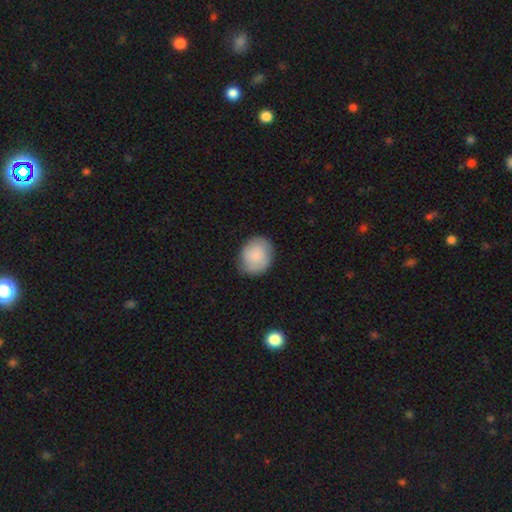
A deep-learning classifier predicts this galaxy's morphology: A smooth galaxy with no disk features (79%) that is round (60%). Merging: none (80%).